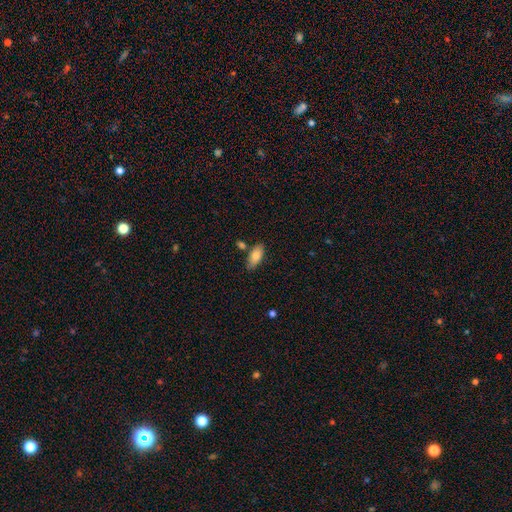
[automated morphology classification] Smooth or featured: smooth — 81% (featured or disk — 12%)
How rounded: in between — 88% (cigar-shaped — 10%)
Merging: none — 76% (minor disturbance — 14%)